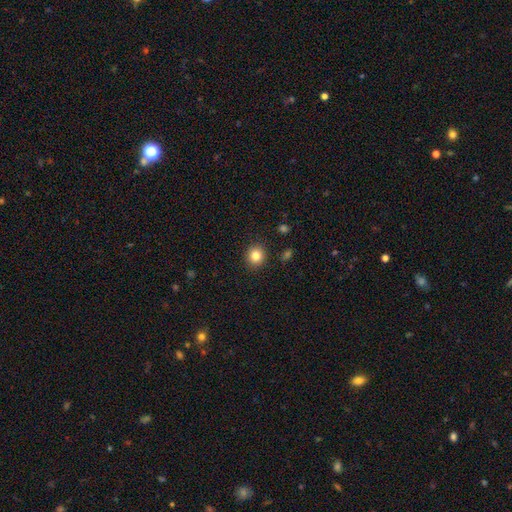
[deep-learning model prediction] This is clearly a smooth galaxy (83%). How rounded: clearly round (84%). Merging: clearly none (90%).